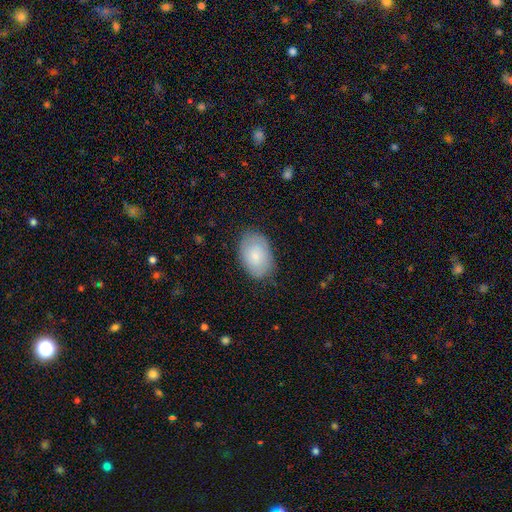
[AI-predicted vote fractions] Smooth or featured? smooth (74%)
How rounded? in between (88%)
Merging? none (80%)